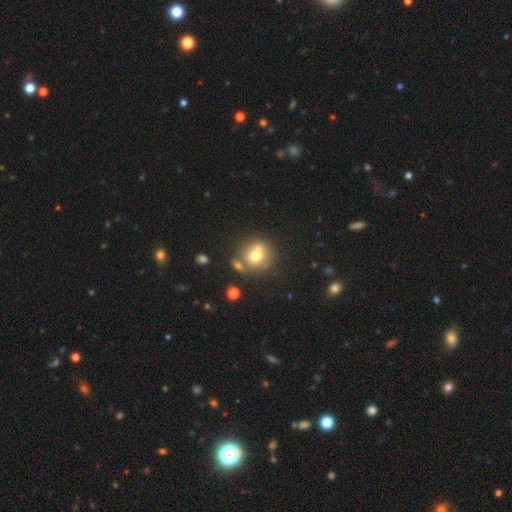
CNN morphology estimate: smooth-or-featured: smooth: 68% | featured or disk: 19% | star or artifact: 12%
  how-rounded: round: 88% | in between: 11% | cigar-shaped: 1%
  merging: none: 55% | merger: 28% | minor disturbance: 12% | major disturbance: 5%